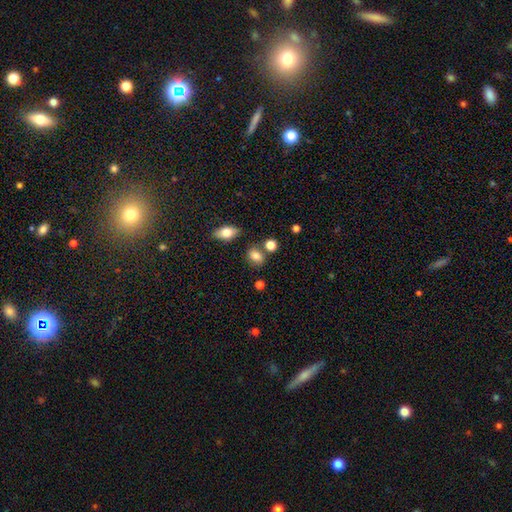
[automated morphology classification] Smooth or featured?
  - smooth: 79% *
  - star or artifact: 11%
  - featured or disk: 9%
How rounded?
  - in between: 60% *
  - round: 38%
  - cigar-shaped: 2%
Merging?
  - none: 73% *
  - minor disturbance: 14%
  - merger: 9%
  - major disturbance: 4%